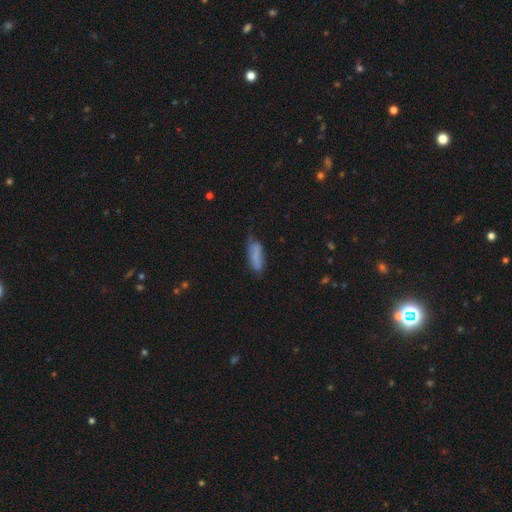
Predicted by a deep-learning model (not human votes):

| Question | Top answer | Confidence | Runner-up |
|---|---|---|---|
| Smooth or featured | smooth | 76% | featured or disk (16%) |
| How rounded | in between | 57% | cigar-shaped (41%) |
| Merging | none | 58% | minor disturbance (29%) |